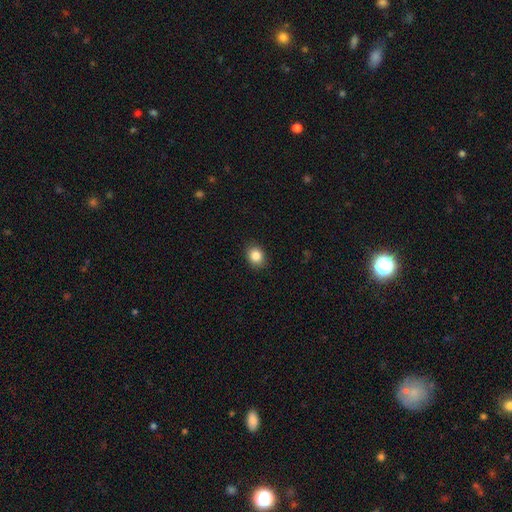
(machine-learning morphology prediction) Smooth or featured? smooth (85%)
How rounded? round (60%)
Merging? none (89%)